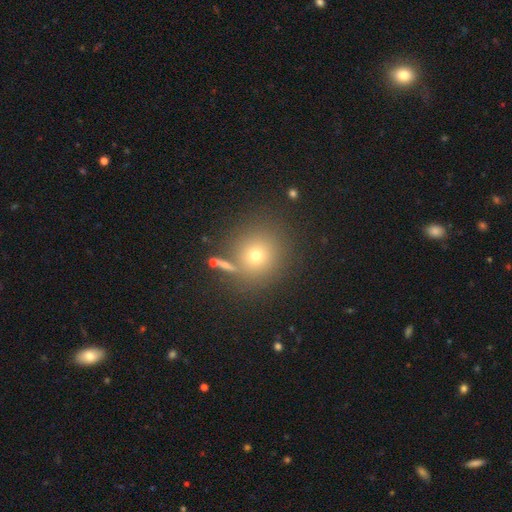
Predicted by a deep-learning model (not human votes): The model was most divided on "smooth or featured": smooth: 66%, star or artifact: 22%, featured or disk: 12%. More confident: how rounded — round (88%); merging — none (76%).